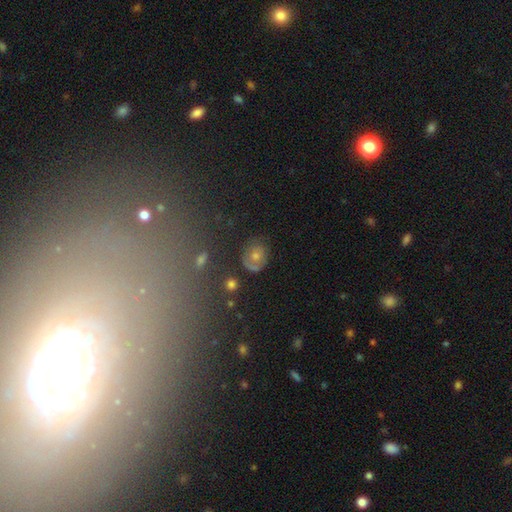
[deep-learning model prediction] Smooth or featured?
  - smooth: 51% *
  - featured or disk: 34%
  - star or artifact: 14%
How rounded?
  - round: 63% *
  - in between: 36%
  - cigar-shaped: 1%
Merging?
  - none: 65% *
  - minor disturbance: 21%
  - major disturbance: 10%
  - merger: 4%